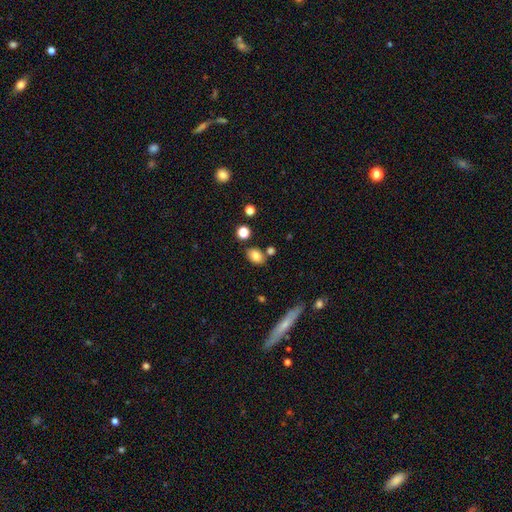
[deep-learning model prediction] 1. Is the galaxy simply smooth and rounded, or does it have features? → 81% smooth, 10% star or artifact, 9% featured or disk.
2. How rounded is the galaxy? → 78% in between, 20% round, 2% cigar-shaped.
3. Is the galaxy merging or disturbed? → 76% none, 12% minor disturbance, 8% merger, 3% major disturbance.